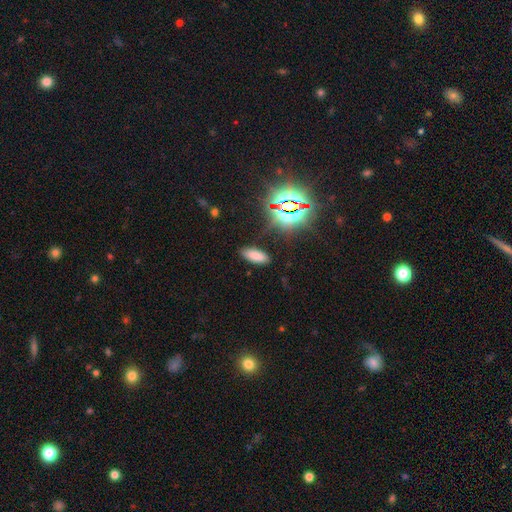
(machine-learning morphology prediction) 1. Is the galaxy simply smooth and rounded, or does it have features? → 71% smooth, 21% star or artifact, 8% featured or disk.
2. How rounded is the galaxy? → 83% in between, 14% cigar-shaped, 3% round.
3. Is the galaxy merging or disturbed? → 86% none, 10% minor disturbance, 3% major disturbance, 2% merger.